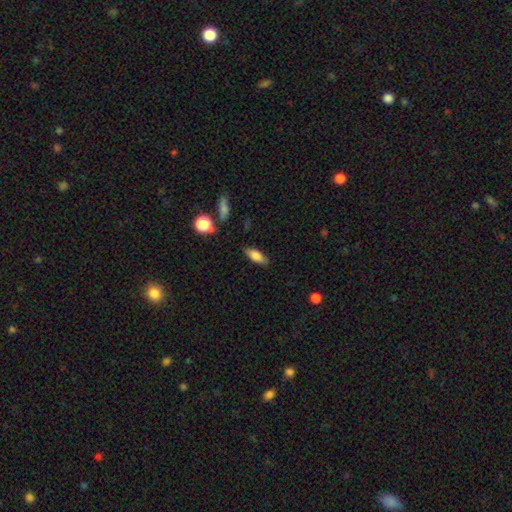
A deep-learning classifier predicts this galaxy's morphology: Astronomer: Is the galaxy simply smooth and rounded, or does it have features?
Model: smooth — 80%.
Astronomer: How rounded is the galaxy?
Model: in between — 78%.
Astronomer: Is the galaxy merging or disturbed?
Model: none — 83%.